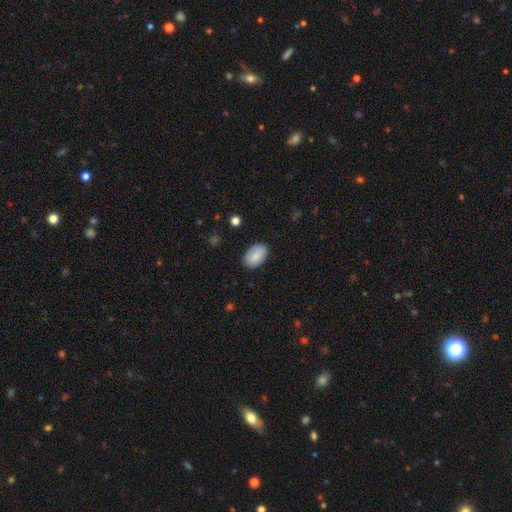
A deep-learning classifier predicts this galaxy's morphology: A smooth galaxy with no disk features (85%) that is in between round and cigar-shaped (92%).

Vote fractions:
- Smooth or featured? smooth: 85% / featured or disk: 9% / star or artifact: 6%
- How rounded? in between: 92% / round: 7% / cigar-shaped: 1%
- Merging? none: 85% / minor disturbance: 12% / major disturbance: 2% / merger: 1%